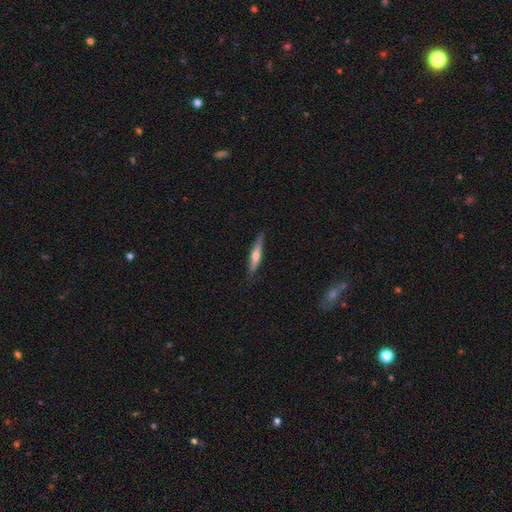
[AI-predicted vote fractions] Smooth or featured?
  - featured or disk: 50% *
  - smooth: 44%
  - star or artifact: 6%
Edge-on disk?
  - yes: 95% *
  - no: 5%
Merging?
  - none: 86% *
  - minor disturbance: 11%
  - major disturbance: 2%
  - merger: 1%